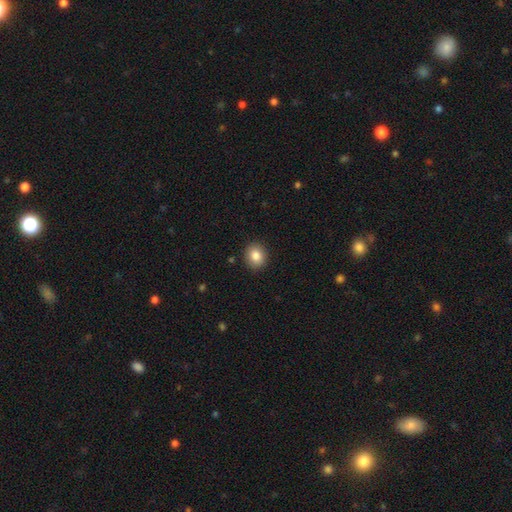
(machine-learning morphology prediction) smooth_or_featured: smooth (p=0.85) [alt: star or artifact p=0.09]
how_rounded: round (p=0.74) [alt: in between p=0.25]
merging: none (p=0.90) [alt: minor disturbance p=0.07]